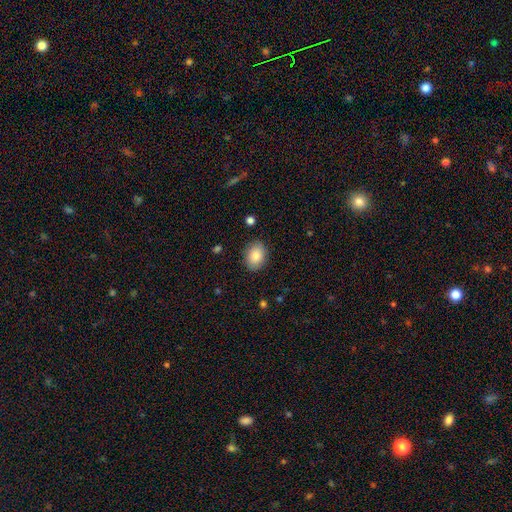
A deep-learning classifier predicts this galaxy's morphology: The model was most divided on "how rounded": in between: 71%, round: 28%, cigar-shaped: 1%. More confident: merging — none (86%); smooth or featured — smooth (84%).